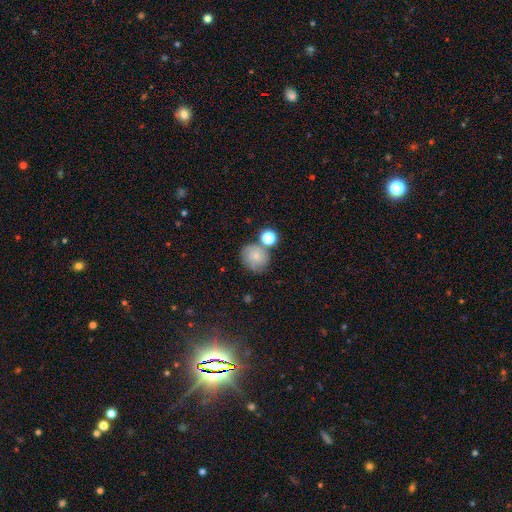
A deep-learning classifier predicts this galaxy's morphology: type=smooth (70%); roundness=round (76%); merging=none (56%).